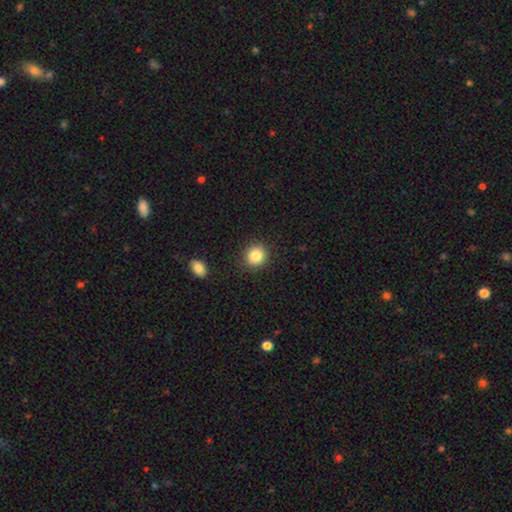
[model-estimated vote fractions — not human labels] Smooth or featured? smooth (84%)
How rounded? round (88%)
Merging? none (89%)